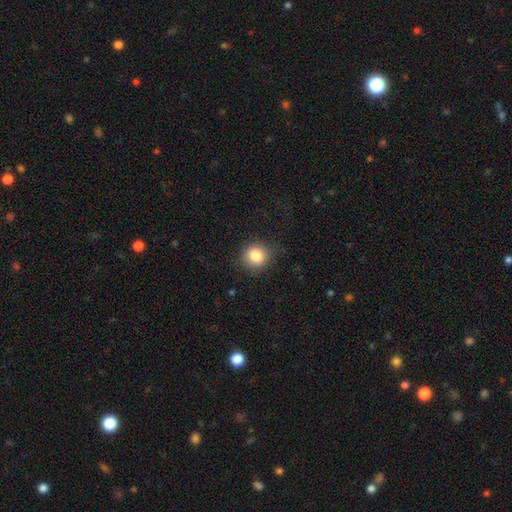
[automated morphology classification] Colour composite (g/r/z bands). It shows a smooth galaxy with no disk features (84%) that is round (82%). Merging: none (86%).